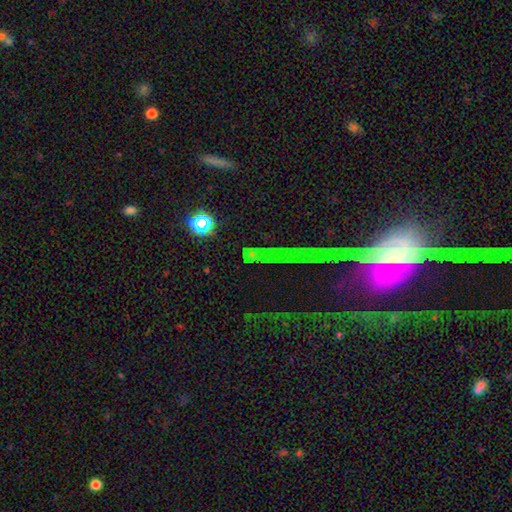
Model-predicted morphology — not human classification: Q: Smooth or featured?
A: star or artifact (61%); runner-up: smooth (26%)